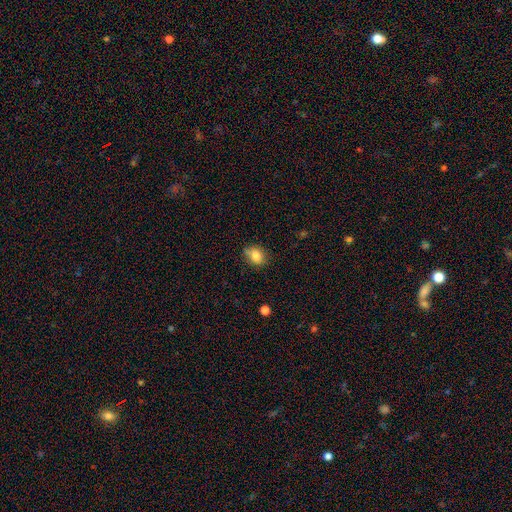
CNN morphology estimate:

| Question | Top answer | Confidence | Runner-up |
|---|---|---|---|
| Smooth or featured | smooth | 82% | star or artifact (10%) |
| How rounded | round | 54% | in between (45%) |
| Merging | none | 71% | minor disturbance (22%) |